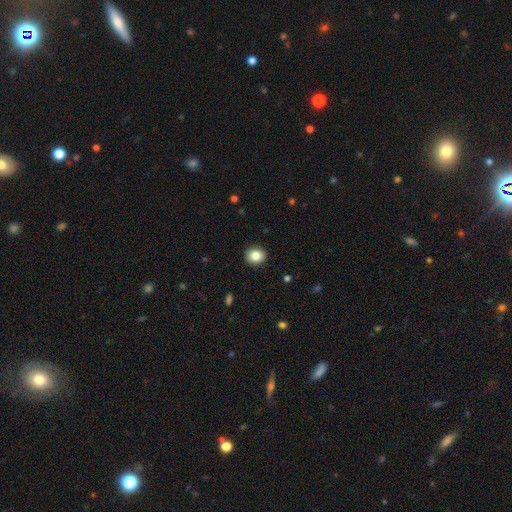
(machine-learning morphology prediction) Smooth or featured? Predicted: smooth (p=0.84). How rounded? Predicted: round (p=0.78). Merging? Predicted: none (p=0.91).